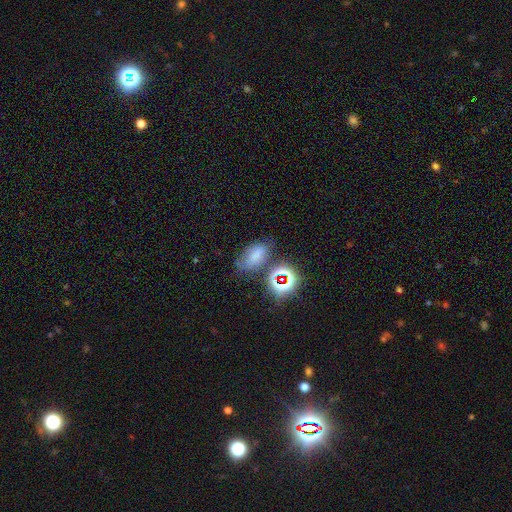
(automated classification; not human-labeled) smooth 59%, star or artifact 27%, featured or disk 14%. Down the decision tree: how rounded — in between (85%); merging — none (55%).